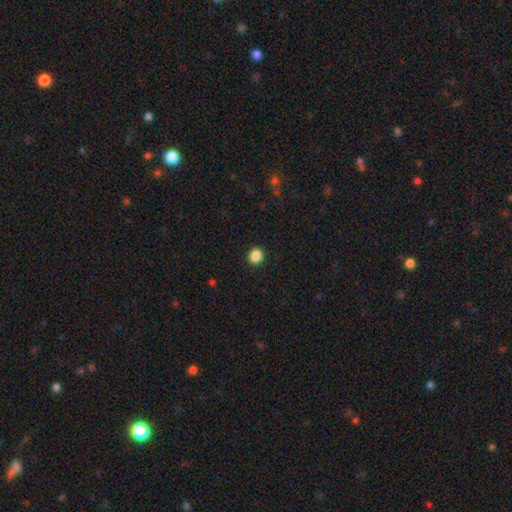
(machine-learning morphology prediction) This is clearly a smooth galaxy (87%). How rounded: clearly round (85%). Merging: clearly none (93%).